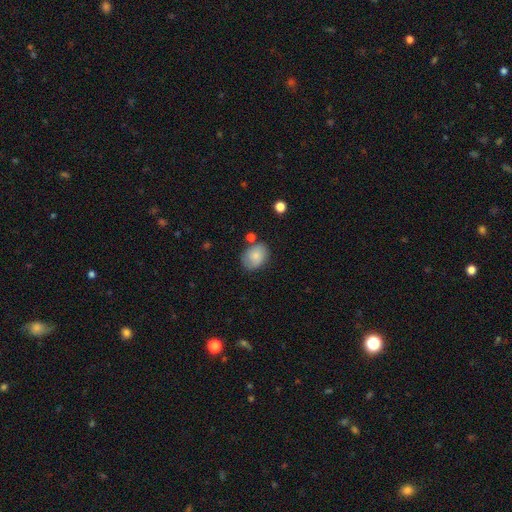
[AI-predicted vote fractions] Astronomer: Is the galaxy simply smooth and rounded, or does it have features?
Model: smooth — 79%.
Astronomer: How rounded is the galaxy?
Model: in between — 65%.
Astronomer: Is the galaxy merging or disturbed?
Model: none — 70%.